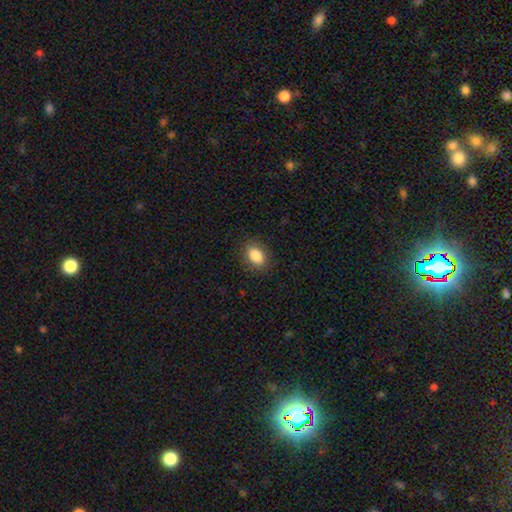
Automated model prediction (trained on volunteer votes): Smooth or featured? Predicted: smooth (p=0.85). How rounded? Predicted: in between (p=0.78). Merging? Predicted: none (p=0.87).